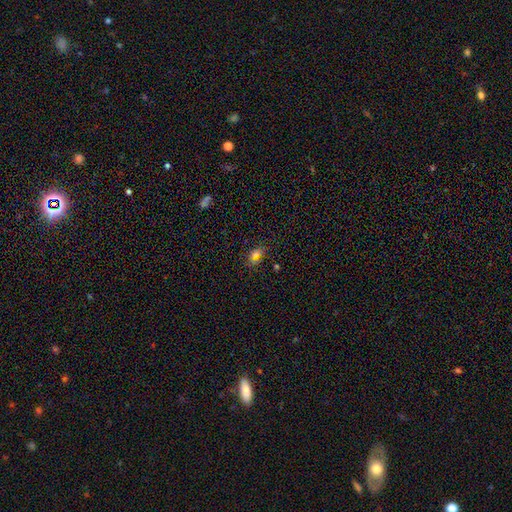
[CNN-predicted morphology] A smooth galaxy with no disk features (67%) that is in between round and cigar-shaped (78%). Merging: none (82%).